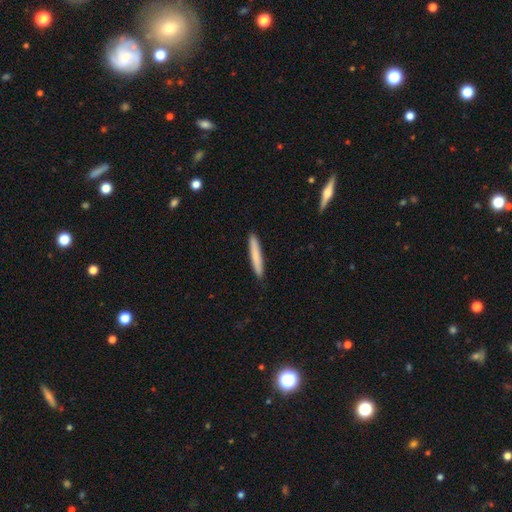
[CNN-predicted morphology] The model was most divided on "smooth or featured": smooth: 77%, featured or disk: 18%, star or artifact: 5%. More confident: how rounded — cigar-shaped (95%); merging — none (91%).